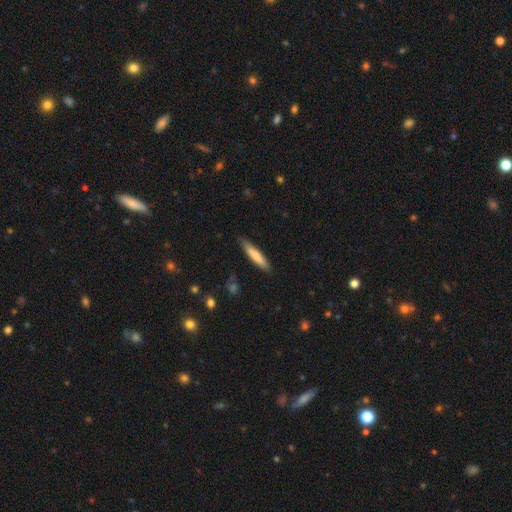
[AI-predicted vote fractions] A smooth galaxy with no disk features (73%) that is cigar-shaped (87%). Merging: none (85%).